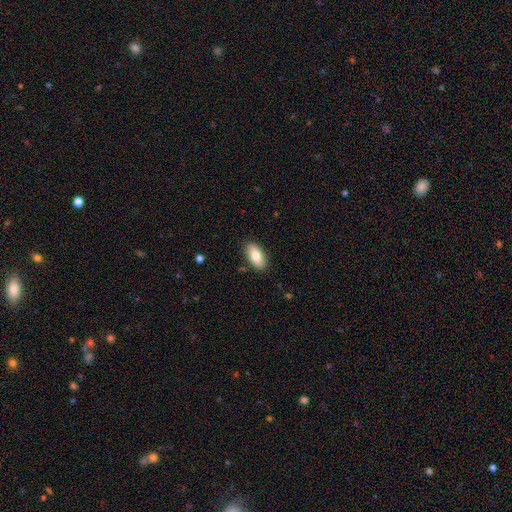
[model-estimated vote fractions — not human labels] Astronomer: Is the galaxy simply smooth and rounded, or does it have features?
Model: smooth — 82%.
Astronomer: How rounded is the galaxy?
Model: in between — 91%.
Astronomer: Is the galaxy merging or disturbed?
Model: none — 87%.